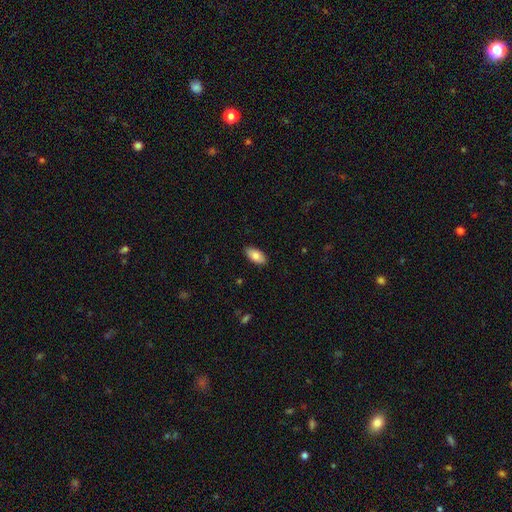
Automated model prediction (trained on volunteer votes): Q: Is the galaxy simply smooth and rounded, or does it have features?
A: smooth — 82%.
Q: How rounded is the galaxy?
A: in between — 94%.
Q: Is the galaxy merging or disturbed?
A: none — 88%.